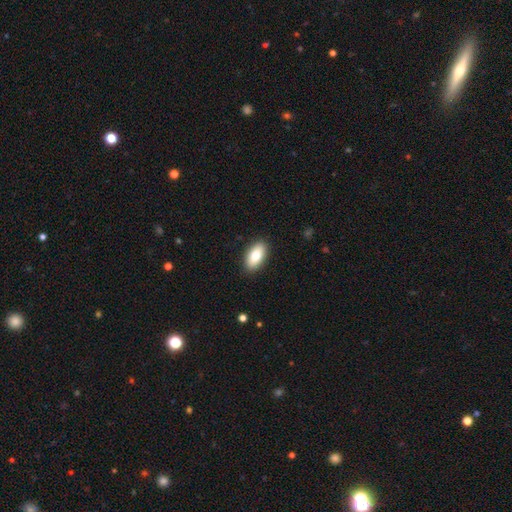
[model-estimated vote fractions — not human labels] A smooth galaxy with no disk features (78%) that is in between round and cigar-shaped (91%). Merging: none (90%).